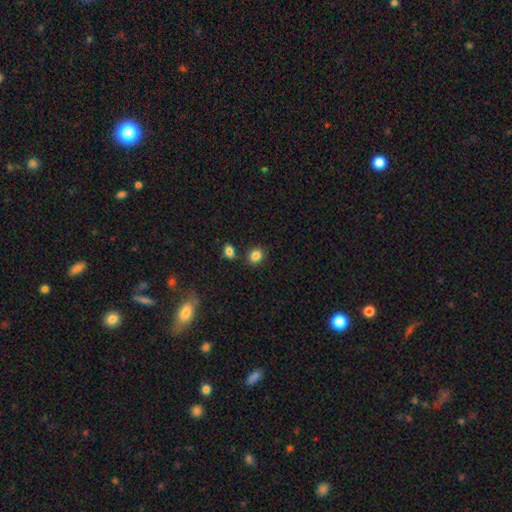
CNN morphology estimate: type=smooth (85%); roundness=round (66%); merging=none (79%).